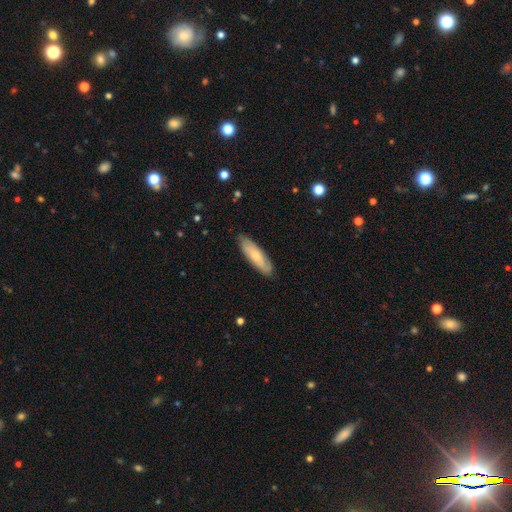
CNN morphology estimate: This is likely a smooth galaxy (63%). How rounded: possibly cigar-shaped (58%). Merging: clearly none (83%).